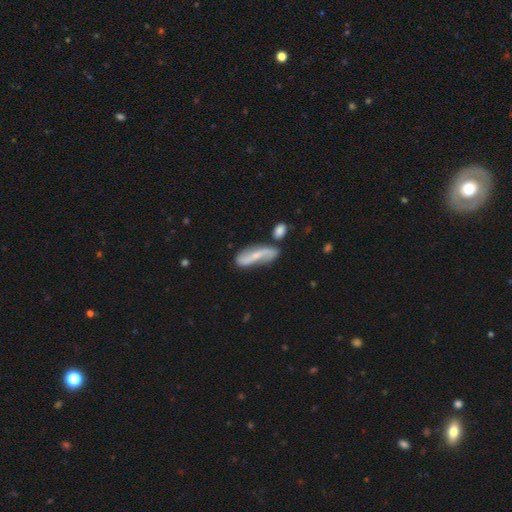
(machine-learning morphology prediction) Smooth or featured? featured or disk (71%)
Edge-on disk? no (84%)
Bar? strong (39%)
Spiral arms? yes (89%)
Spiral winding? loose (74%)
Spiral arm count? 2 (90%)
Bulge size? small (64%)
Merging? none (65%)